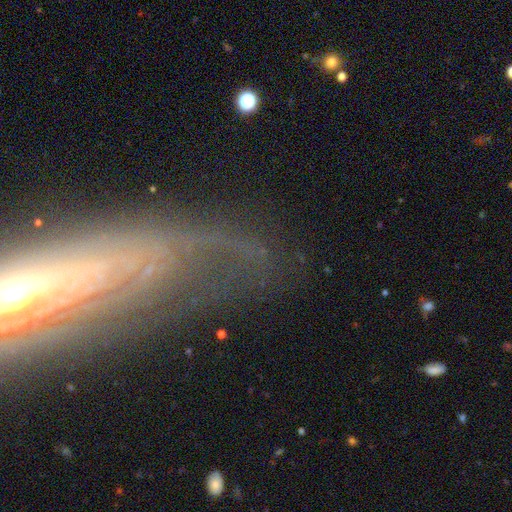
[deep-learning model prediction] Smooth or featured: featured or disk — 54% (star or artifact — 27%)
Edge-on disk: no — 80% (yes — 20%)
Merging: none — 67% (minor disturbance — 15%)